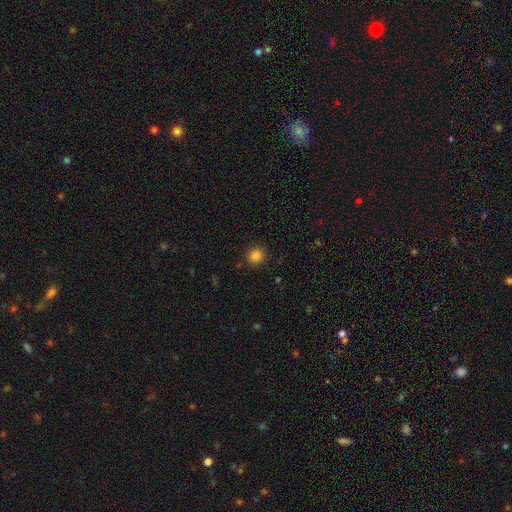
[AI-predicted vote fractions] A smooth galaxy with no disk features (83%) that is round (86%).

Vote fractions:
- Smooth or featured? smooth: 83% / star or artifact: 12% / featured or disk: 5%
- How rounded? round: 86% / in between: 13% / cigar-shaped: 1%
- Merging? none: 89% / minor disturbance: 7% / major disturbance: 2% / merger: 1%